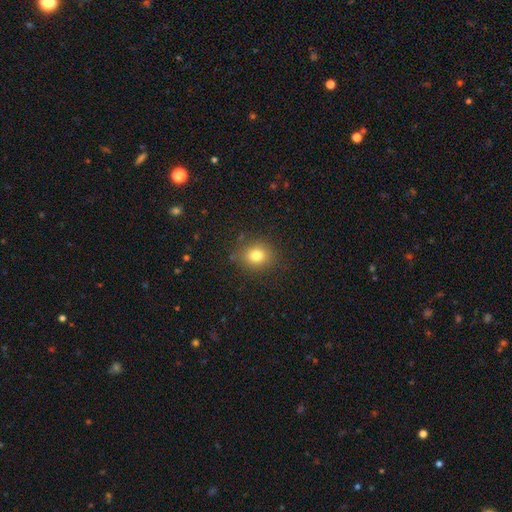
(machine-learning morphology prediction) Overall: smooth (79%). How rounded: round (68%; in between 31%). Merging: none (86%).